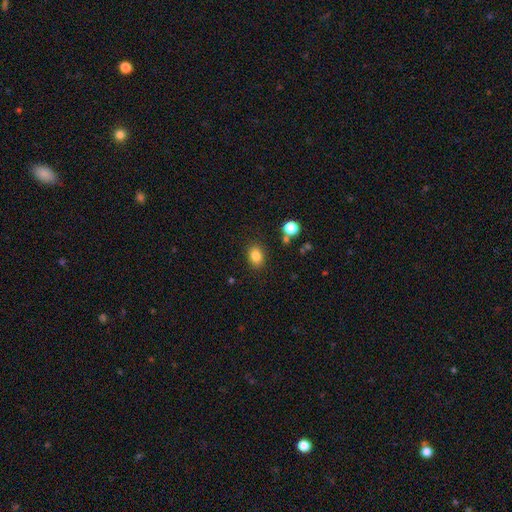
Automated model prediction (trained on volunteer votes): smooth_or_featured: smooth (p=0.83) [alt: star or artifact p=0.11]
how_rounded: in between (p=0.62) [alt: round p=0.37]
merging: none (p=0.85) [alt: minor disturbance p=0.10]